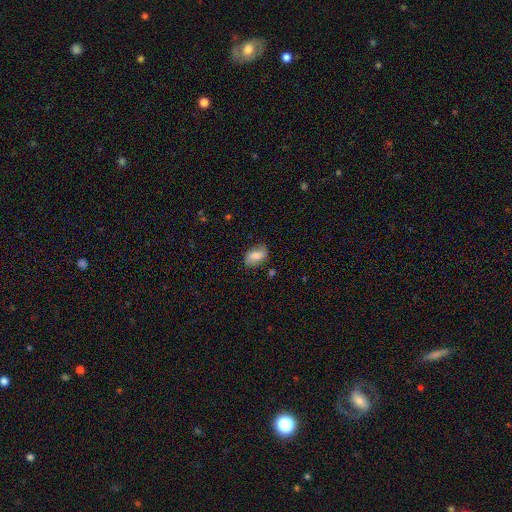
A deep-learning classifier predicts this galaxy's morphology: The model was most divided on "smooth or featured": smooth: 57%, featured or disk: 35%, star or artifact: 8%. More confident: how rounded — in between (88%); merging — none (76%).